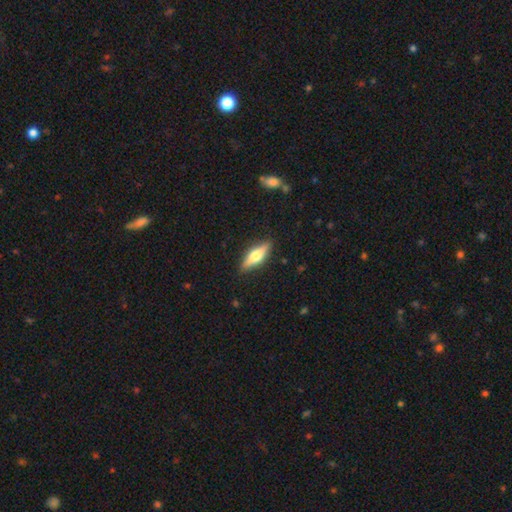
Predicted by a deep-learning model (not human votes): Morphology: type=featured or disk (49%); merging=none (88%).